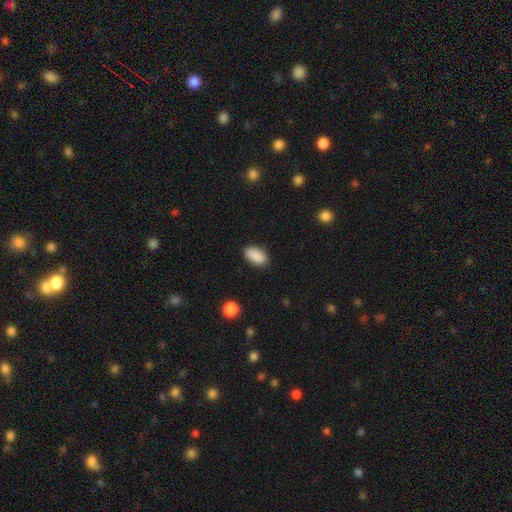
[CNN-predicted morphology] Smooth or featured: smooth — 89% (star or artifact — 7%)
How rounded: in between — 93% (round — 4%)
Merging: none — 86% (minor disturbance — 10%)